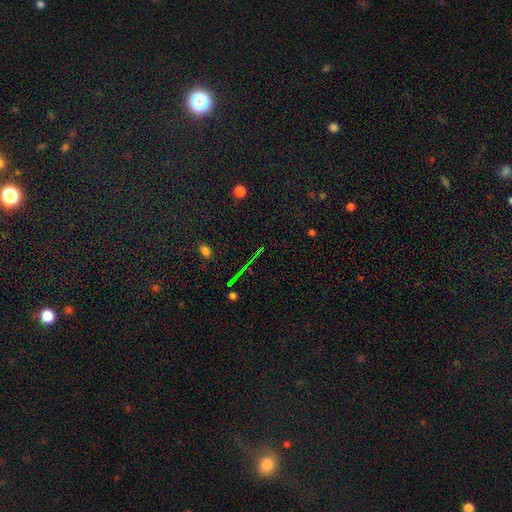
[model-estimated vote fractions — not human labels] The model was most divided on "smooth or featured": star or artifact: 71%, smooth: 16%, featured or disk: 13%.